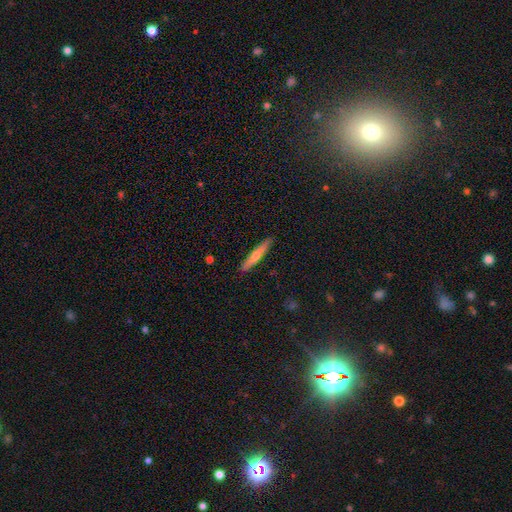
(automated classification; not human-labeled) This appears to be a smooth galaxy with no disk features (59%) that is cigar-shaped (92%). Merging: none (90%).